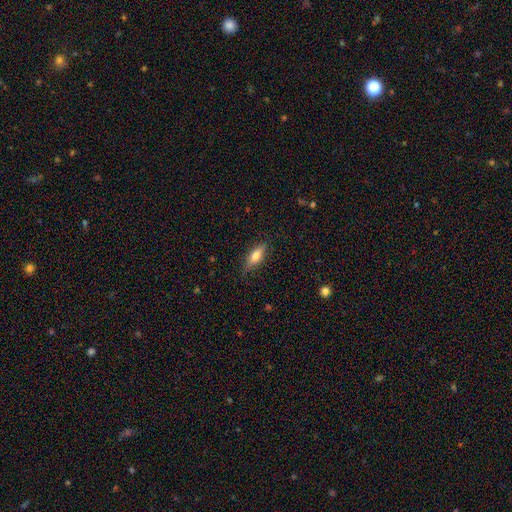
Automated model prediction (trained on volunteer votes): A smooth galaxy with no disk features (59%) that is in between round and cigar-shaped (52%).

Vote fractions:
- Smooth or featured? smooth: 59% / featured or disk: 34% / star or artifact: 7%
- How rounded? in between: 52% / cigar-shaped: 45% / round: 3%
- Merging? none: 81% / minor disturbance: 15% / major disturbance: 3% / merger: 1%